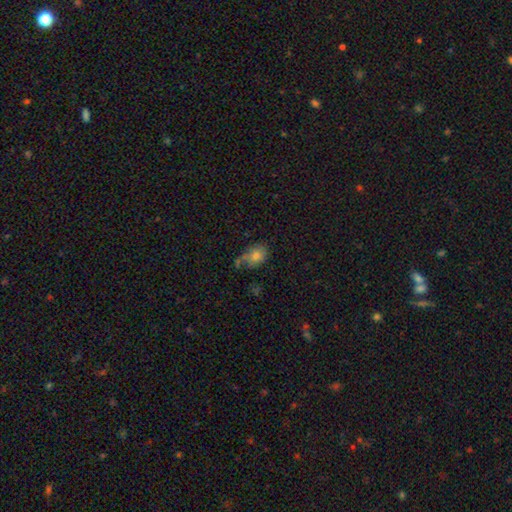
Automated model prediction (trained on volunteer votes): A smooth galaxy with no disk features (76%) that is in between round and cigar-shaped (61%). Merging: none (49%).